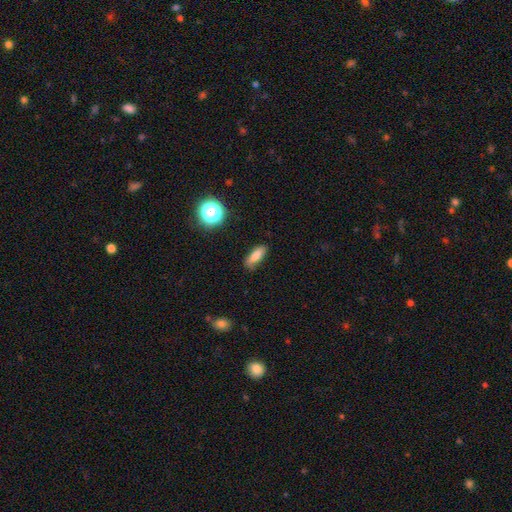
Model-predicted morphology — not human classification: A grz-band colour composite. It shows a smooth galaxy with no disk features (80%) that is in between round and cigar-shaped (64%). Merging: none (73%).